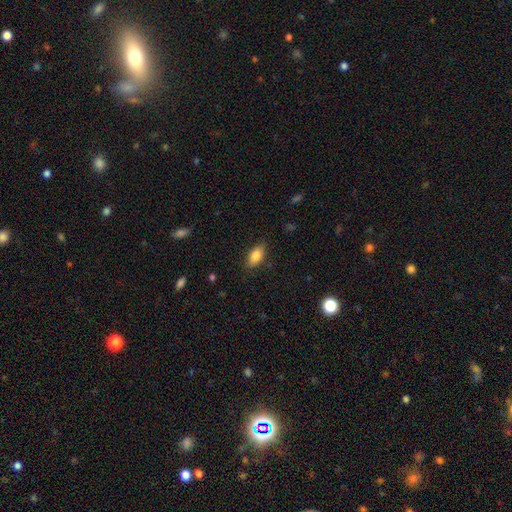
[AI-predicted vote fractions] Q: Smooth or featured?
A: smooth (83%); runner-up: featured or disk (10%)
Q: How rounded?
A: in between (88%); runner-up: cigar-shaped (7%)
Q: Merging?
A: none (85%); runner-up: minor disturbance (11%)